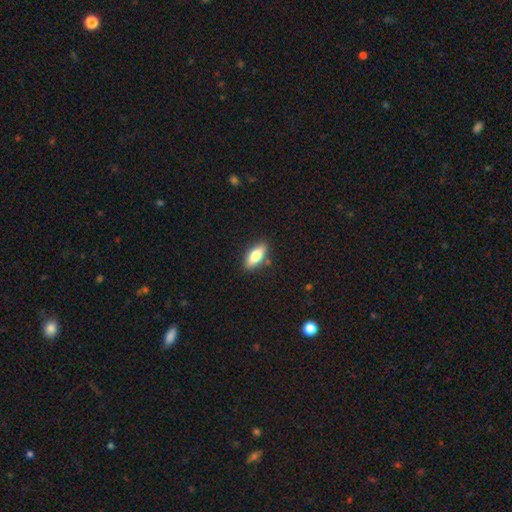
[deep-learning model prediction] Q: Smooth or featured?
A: smooth (72%); runner-up: featured or disk (21%)
Q: How rounded?
A: in between (75%); runner-up: cigar-shaped (22%)
Q: Merging?
A: none (86%); runner-up: minor disturbance (10%)